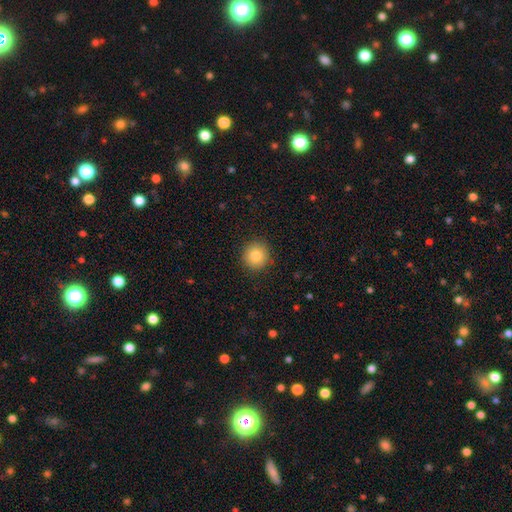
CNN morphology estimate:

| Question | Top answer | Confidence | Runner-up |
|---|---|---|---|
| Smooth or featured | smooth | 83% | star or artifact (10%) |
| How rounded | round | 93% | in between (6%) |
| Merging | none | 91% | minor disturbance (6%) |